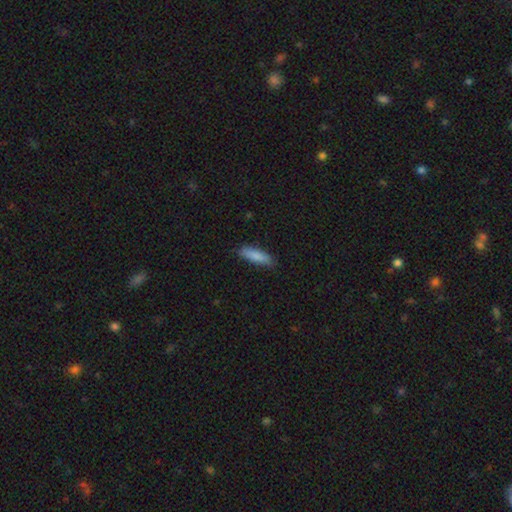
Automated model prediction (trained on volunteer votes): Smooth or featured? smooth (85%)
How rounded? cigar-shaped (63%)
Merging? none (84%)